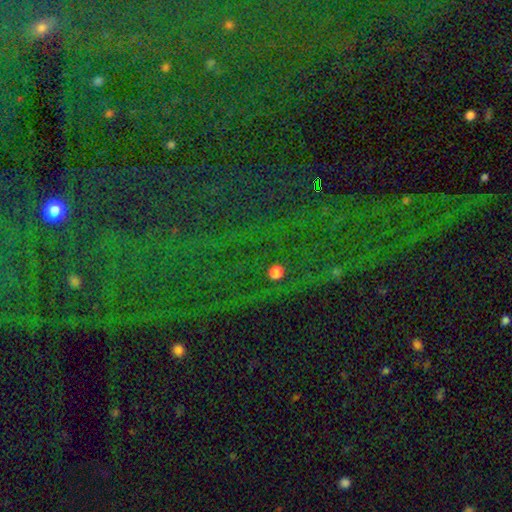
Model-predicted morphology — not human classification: The model was most divided on "smooth or featured": star or artifact: 82%, featured or disk: 9%, smooth: 9%.